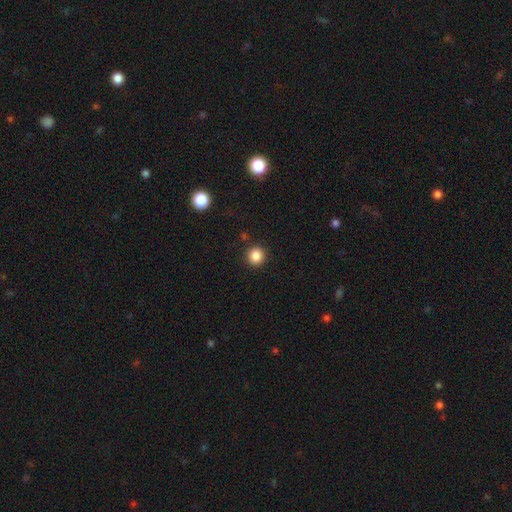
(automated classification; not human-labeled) smooth_or_featured: smooth (p=0.85) [alt: star or artifact p=0.11]
how_rounded: round (p=0.93) [alt: in between p=0.06]
merging: none (p=0.90) [alt: minor disturbance p=0.06]